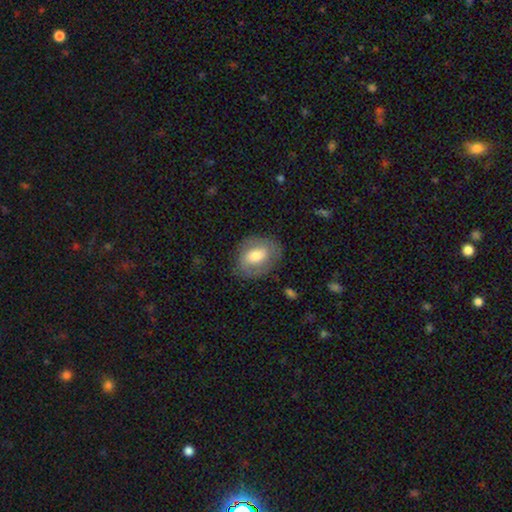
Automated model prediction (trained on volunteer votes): A smooth galaxy with no disk features (59%) that is in between round and cigar-shaped (68%). Merging: none (75%).